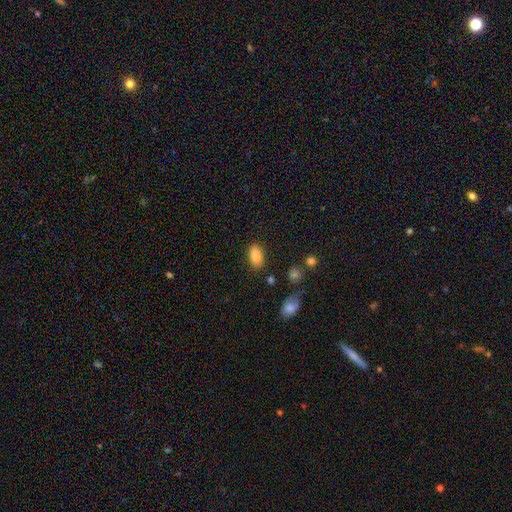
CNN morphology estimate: A smooth galaxy with no disk features (85%) that is in between round and cigar-shaped (91%).

Vote fractions:
- Smooth or featured? smooth: 85% / star or artifact: 8% / featured or disk: 7%
- How rounded? in between: 91% / round: 5% / cigar-shaped: 4%
- Merging? none: 82% / minor disturbance: 12% / major disturbance: 3% / merger: 2%